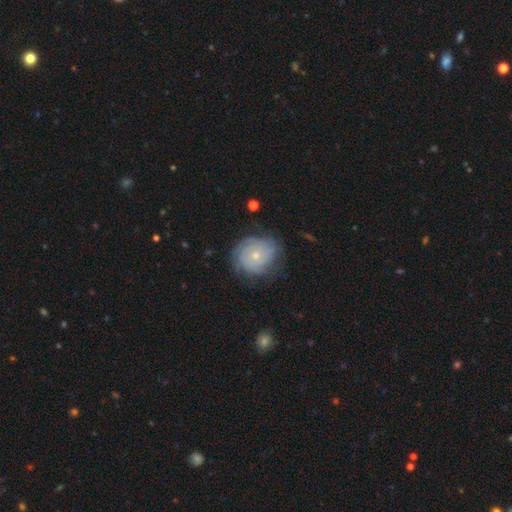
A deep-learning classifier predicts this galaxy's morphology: Smooth or featured: featured or disk — 67% (smooth — 25%)
Edge-on disk: no — 97% (yes — 3%)
Bar: no — 84% (weak — 14%)
Spiral arms: yes — 88% (no — 12%)
Spiral winding: tight — 75% (medium — 19%)
Spiral arm count: can't tell — 51% (3 — 14%)
Bulge size: small — 65% (moderate — 31%)
Merging: none — 70% (minor disturbance — 21%)